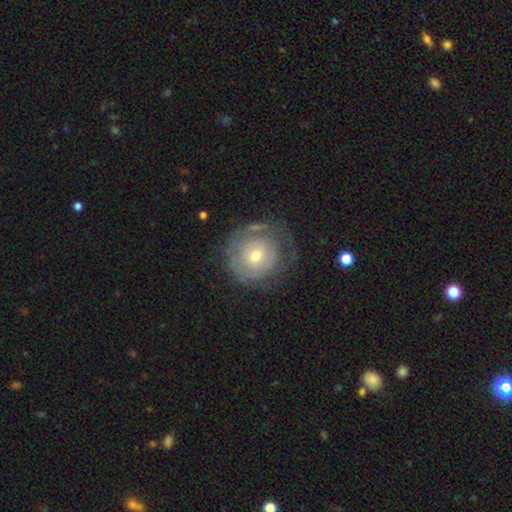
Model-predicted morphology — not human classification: Q: Smooth or featured?
A: featured or disk (64%); runner-up: smooth (29%)
Q: Edge-on disk?
A: no (97%); runner-up: yes (3%)
Q: Bar?
A: no (72%); runner-up: weak (24%)
Q: Spiral arms?
A: yes (65%); runner-up: no (35%)
Q: Bulge size?
A: moderate (52%); runner-up: small (42%)
Q: Merging?
A: none (62%); runner-up: minor disturbance (22%)